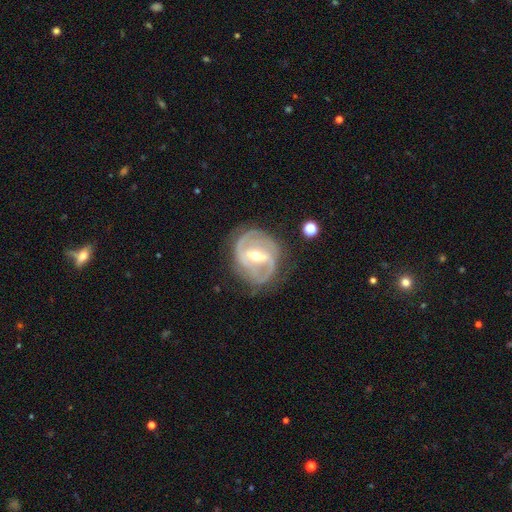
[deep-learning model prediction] A featured or disk galaxy (89%) with a strong bar (54%), 2 (64%) medium (44%) spiral arms (94%) and a moderate central bulge (59%).

Vote fractions:
- Smooth or featured? featured or disk: 89% / smooth: 7% / star or artifact: 5%
- Edge-on disk? no: 97% / yes: 3%
- Bar? strong: 54% / weak: 36% / no: 10%
- Spiral arms? yes: 94% / no: 6%
- Spiral winding? medium: 44% / tight: 42% / loose: 14%
- Spiral arm count? 2: 64% / 3: 15% / can't tell: 13% / 1: 3% / 4: 3% / more than 4: 2%
- Bulge size? moderate: 59% / small: 37% / large: 2% / none: 1% / dominant: 1%
- Merging? none: 71% / minor disturbance: 19% / major disturbance: 8% / merger: 2%